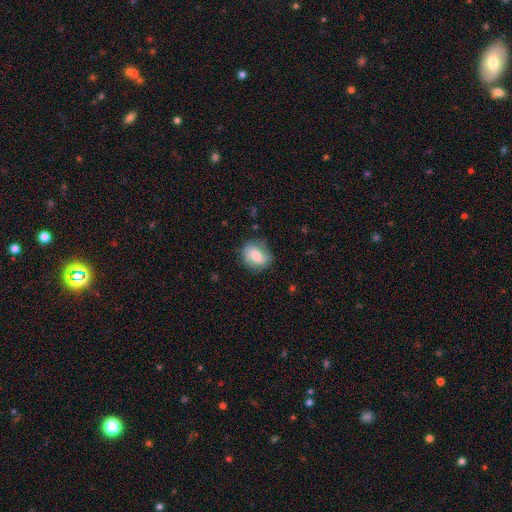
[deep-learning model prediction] Morphology: type=smooth (55%); roundness=round (67%); merging=none (69%).